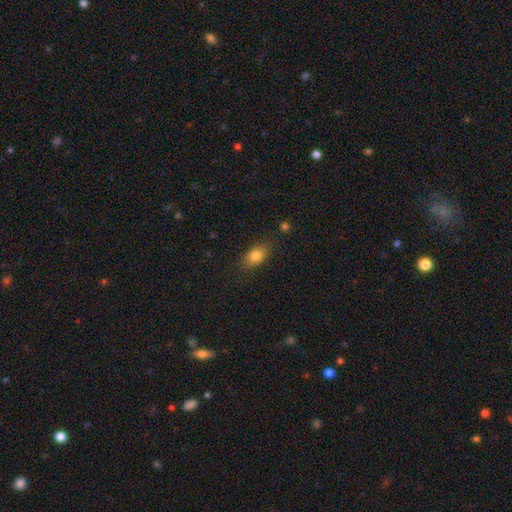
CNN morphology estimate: Q: Smooth or featured?
A: smooth (82%); runner-up: star or artifact (9%)
Q: How rounded?
A: in between (84%); runner-up: round (11%)
Q: Merging?
A: none (81%); runner-up: minor disturbance (14%)